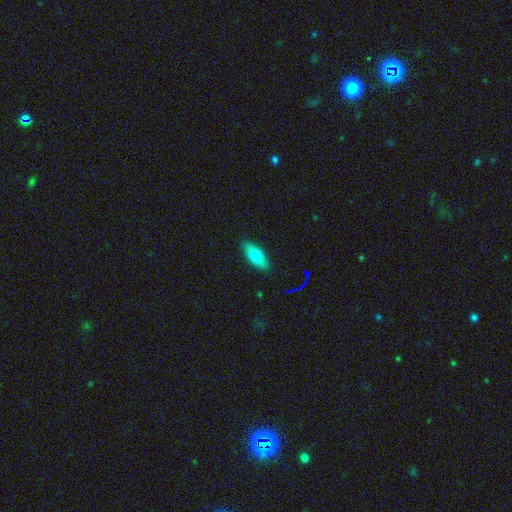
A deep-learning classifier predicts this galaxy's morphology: Overall: smooth (74%). How rounded: in between (73%). Merging: none (87%).